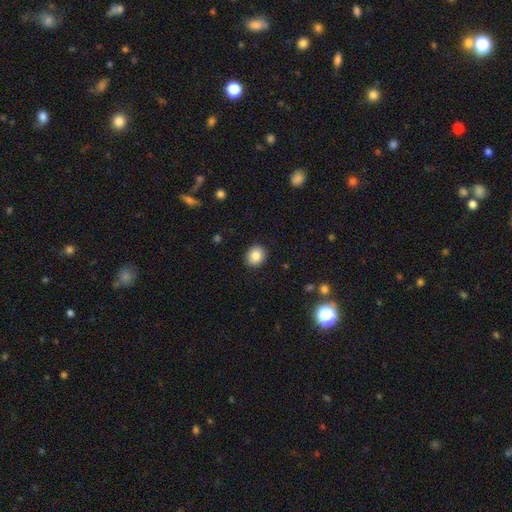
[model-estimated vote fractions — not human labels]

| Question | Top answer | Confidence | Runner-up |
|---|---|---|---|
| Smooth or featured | smooth | 84% | star or artifact (9%) |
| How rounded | round | 76% | in between (23%) |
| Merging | none | 91% | minor disturbance (6%) |